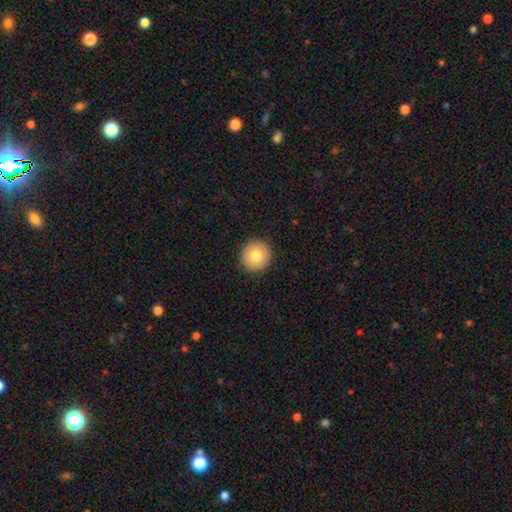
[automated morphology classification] smooth_or_featured: smooth (p=0.81) [alt: featured or disk p=0.11]
how_rounded: round (p=0.95) [alt: in between p=0.04]
merging: none (p=0.92) [alt: minor disturbance p=0.05]